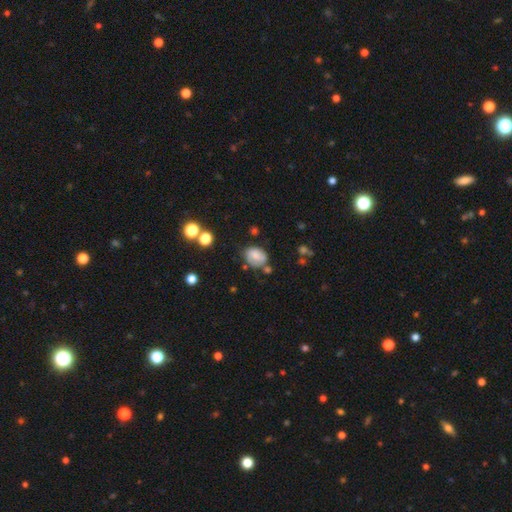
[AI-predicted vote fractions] This is likely a smooth galaxy (74%). How rounded: likely in between (62%). Merging: possibly none (59%).